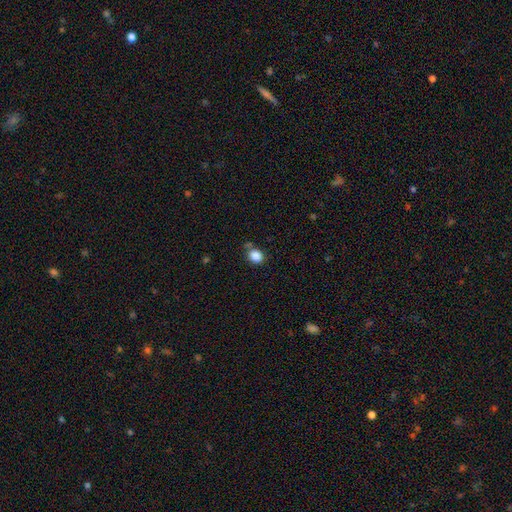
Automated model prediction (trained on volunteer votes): This is clearly a smooth galaxy (85%). How rounded: likely round (65%). Merging: likely none (69%).